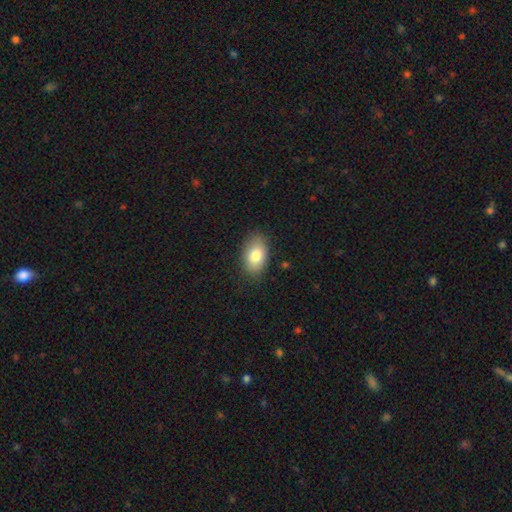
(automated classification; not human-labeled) smooth_or_featured: smooth (p=0.81) [alt: featured or disk p=0.12]
how_rounded: in between (p=0.90) [alt: round p=0.08]
merging: none (p=0.85) [alt: minor disturbance p=0.12]